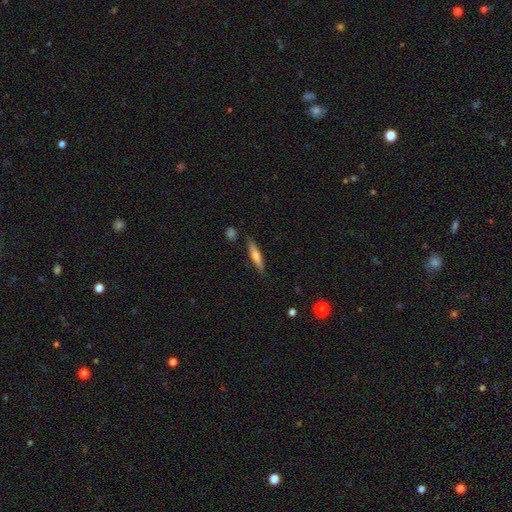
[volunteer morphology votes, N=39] Overall: featured or disk (54%; smooth 41%). Edge-on disk: yes (90%). Edge-on bulge: rounded (79%). Merging: none (89%).